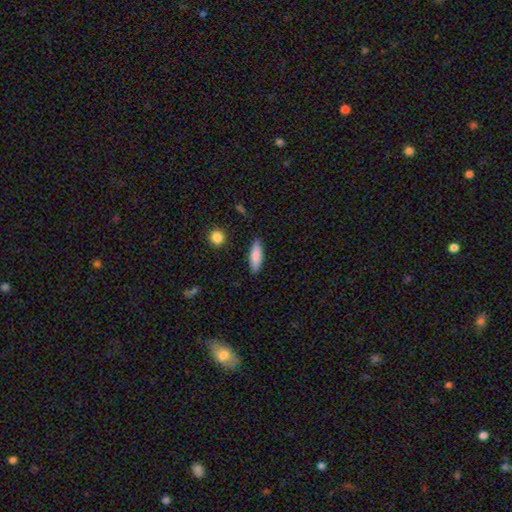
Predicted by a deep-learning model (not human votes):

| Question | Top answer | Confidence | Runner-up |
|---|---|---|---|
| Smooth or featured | smooth | 84% | featured or disk (10%) |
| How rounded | cigar-shaped | 51% | in between (47%) |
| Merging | none | 86% | minor disturbance (10%) |